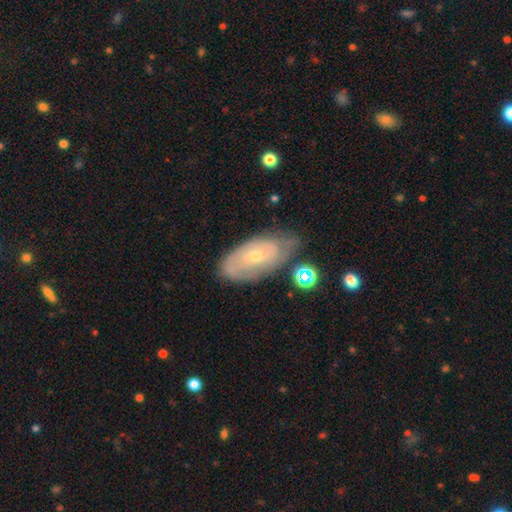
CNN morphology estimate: The model was most divided on "bar": no: 58%, weak: 34%, strong: 8%. More confident: edge-on disk — no (92%); spiral arms — yes (73%); bulge size — small (70%); smooth or featured — featured or disk (66%); merging — none (57%).